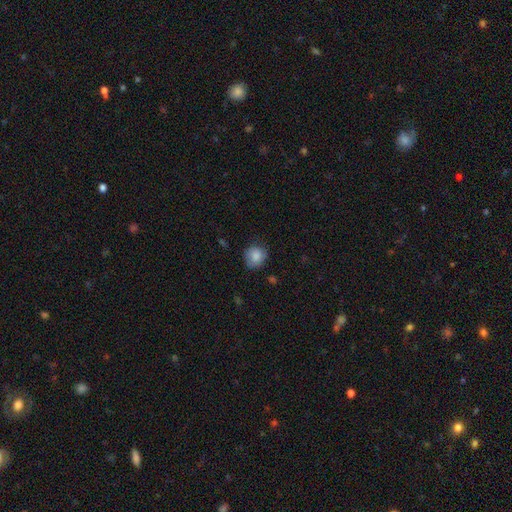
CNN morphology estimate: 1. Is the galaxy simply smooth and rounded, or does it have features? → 82% smooth, 10% featured or disk, 8% star or artifact.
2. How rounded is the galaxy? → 79% round, 20% in between, 1% cigar-shaped.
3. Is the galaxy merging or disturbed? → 70% none, 23% minor disturbance, 6% major disturbance, 1% merger.